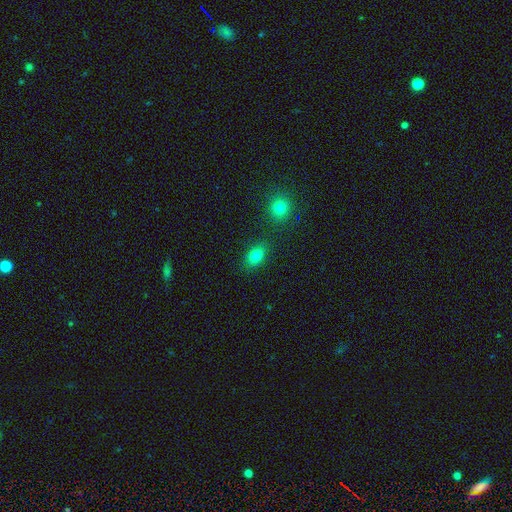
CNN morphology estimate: The model was most divided on "how rounded": in between: 76%, round: 22%, cigar-shaped: 2%. More confident: merging — none (82%); smooth or featured — smooth (82%).